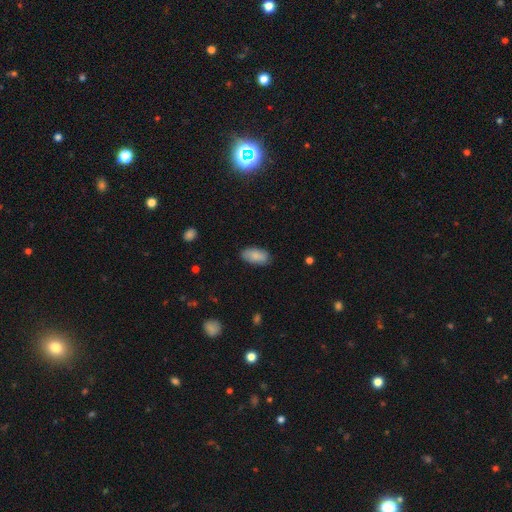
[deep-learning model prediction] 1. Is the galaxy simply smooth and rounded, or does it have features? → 85% smooth, 8% featured or disk, 6% star or artifact.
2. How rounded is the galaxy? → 93% in between, 4% cigar-shaped, 3% round.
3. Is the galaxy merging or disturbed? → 83% none, 13% minor disturbance, 3% major disturbance, 1% merger.